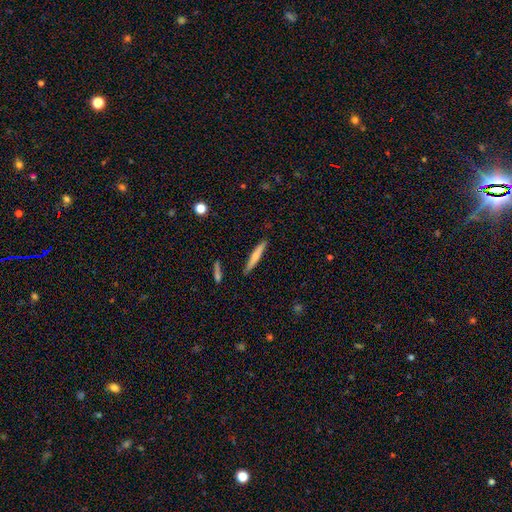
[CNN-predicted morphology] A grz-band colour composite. It shows a smooth galaxy with no disk features (63%) that is cigar-shaped (93%). Merging: none (86%).